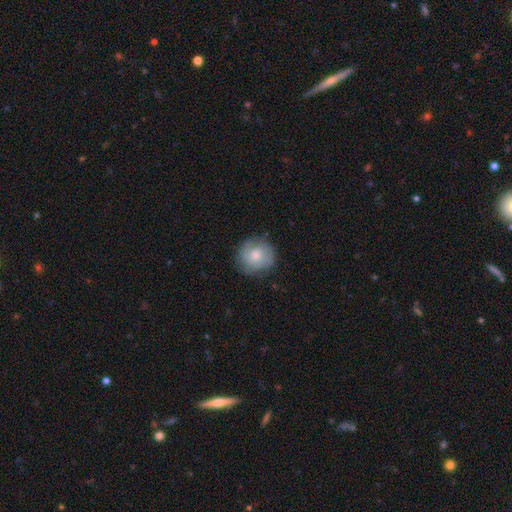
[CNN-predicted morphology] A smooth galaxy with no disk features (70%) that is round (89%). Merging: none (78%).